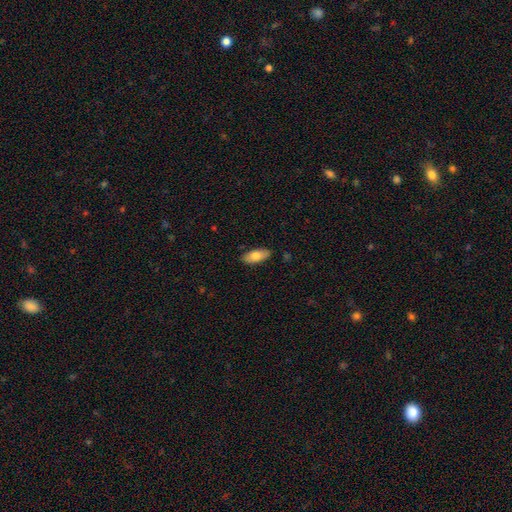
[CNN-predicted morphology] smooth 77%, featured or disk 17%, star or artifact 6%. Down the decision tree: how rounded — in between (86%); merging — none (87%).